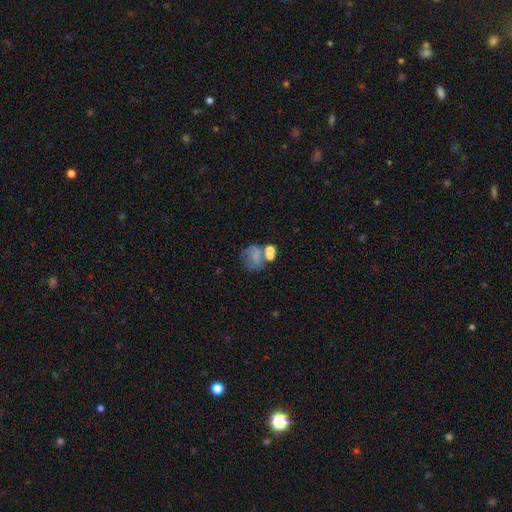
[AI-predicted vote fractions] Smooth or featured? Predicted: smooth (p=0.52). How rounded? Predicted: round (p=0.61). Merging? Predicted: none (p=0.34).